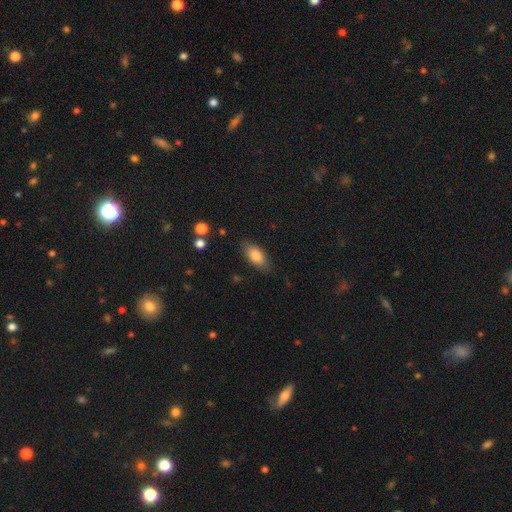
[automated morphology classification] This is likely a smooth galaxy (80%). How rounded: clearly in between (88%). Merging: clearly none (82%).